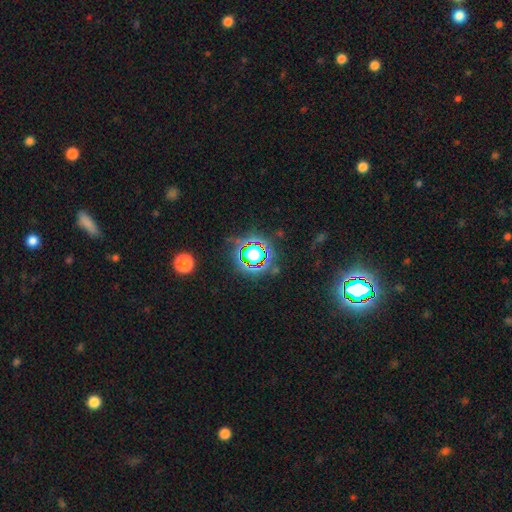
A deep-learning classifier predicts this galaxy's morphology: A star or artifact, not a galaxy (69%).

Vote fractions:
- Smooth or featured? star or artifact: 69% / smooth: 19% / featured or disk: 12%